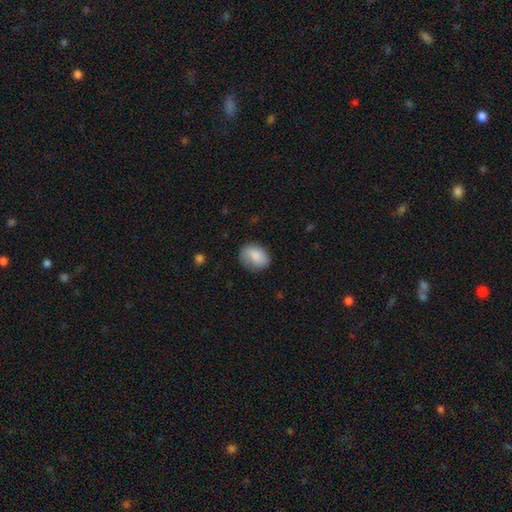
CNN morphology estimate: type=smooth (78%); roundness=in between (59%); merging=none (74%).